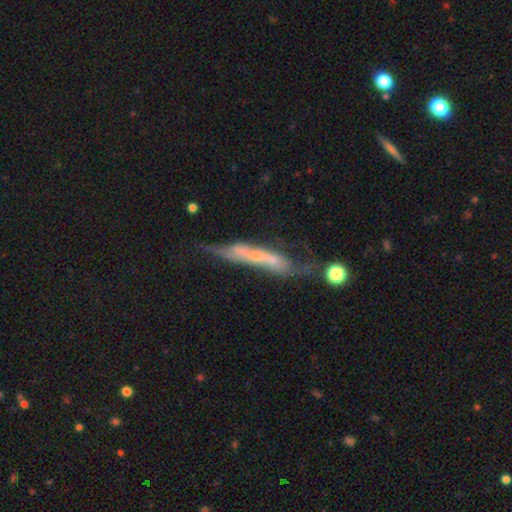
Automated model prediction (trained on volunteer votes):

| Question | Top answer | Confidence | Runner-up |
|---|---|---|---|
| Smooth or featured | featured or disk | 60% | smooth (31%) |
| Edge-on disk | yes | 56% | no (44%) |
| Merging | none | 28% | major disturbance (26%) |